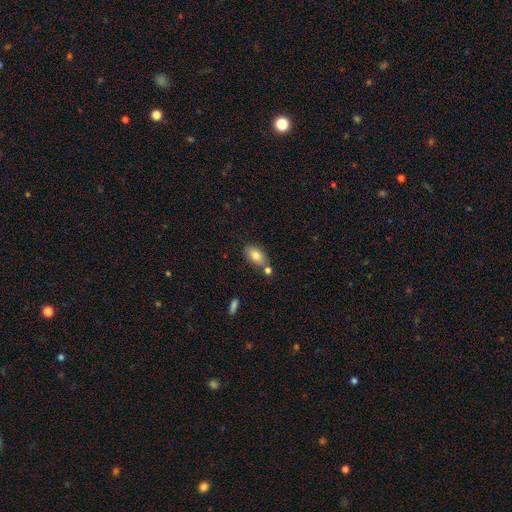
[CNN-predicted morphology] A smooth galaxy with no disk features (79%) that is in between round and cigar-shaped (90%). Merging: none (63%).